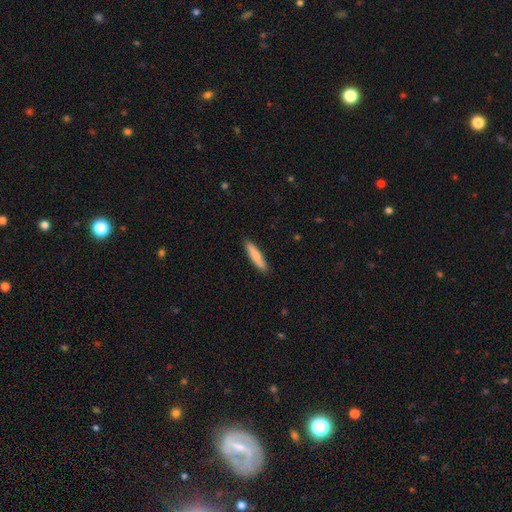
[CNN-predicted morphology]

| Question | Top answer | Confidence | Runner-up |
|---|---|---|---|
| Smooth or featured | smooth | 80% | featured or disk (15%) |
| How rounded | cigar-shaped | 86% | in between (13%) |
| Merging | none | 89% | minor disturbance (8%) |